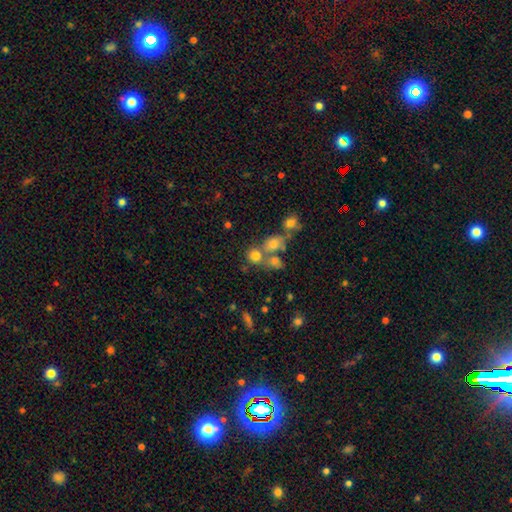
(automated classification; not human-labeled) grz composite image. It shows a smooth galaxy with no disk features (73%) that is round (77%). Merging: none (47%).